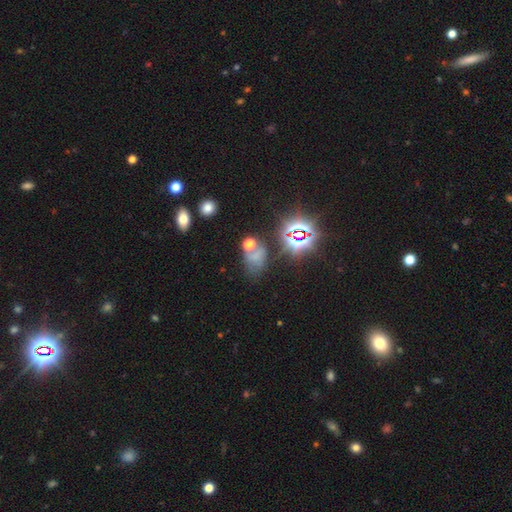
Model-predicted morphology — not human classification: type=smooth (45%); merging=none (40%).